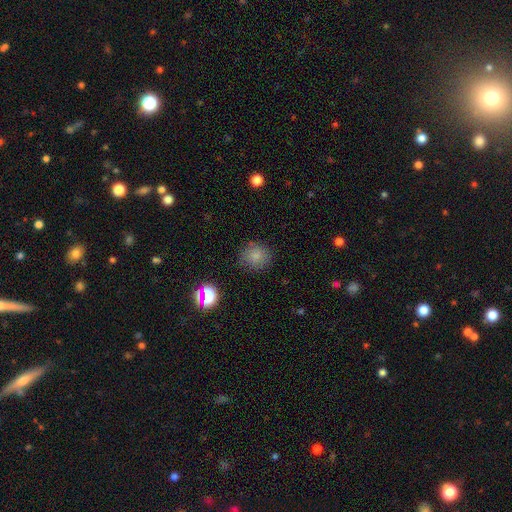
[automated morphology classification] type=smooth (80%); roundness=round (87%); merging=none (80%).